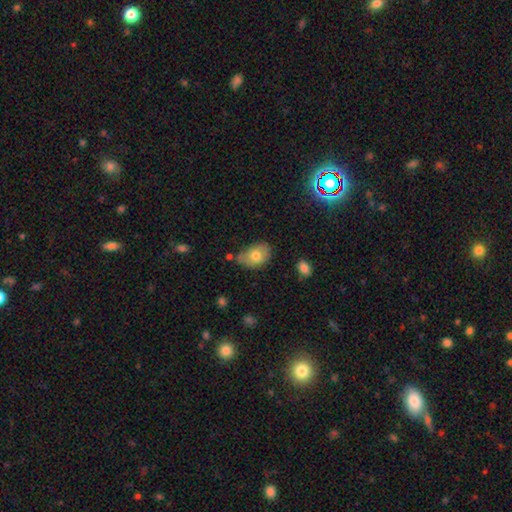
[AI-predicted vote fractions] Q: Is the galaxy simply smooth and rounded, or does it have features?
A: smooth — 74%.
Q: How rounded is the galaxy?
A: in between — 82%.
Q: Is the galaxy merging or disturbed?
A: none — 56%.